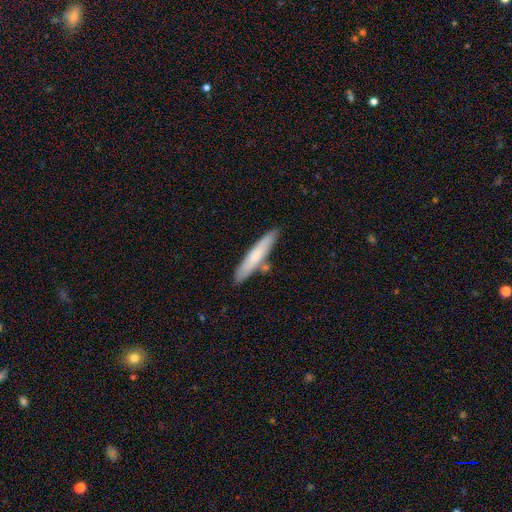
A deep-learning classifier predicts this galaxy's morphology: A smooth galaxy with no disk features (69%) that is cigar-shaped (91%). Merging: none (81%).